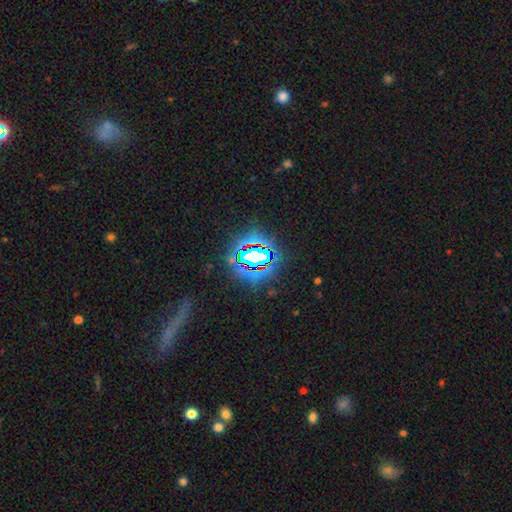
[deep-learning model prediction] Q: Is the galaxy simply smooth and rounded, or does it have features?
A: star or artifact — 74%.